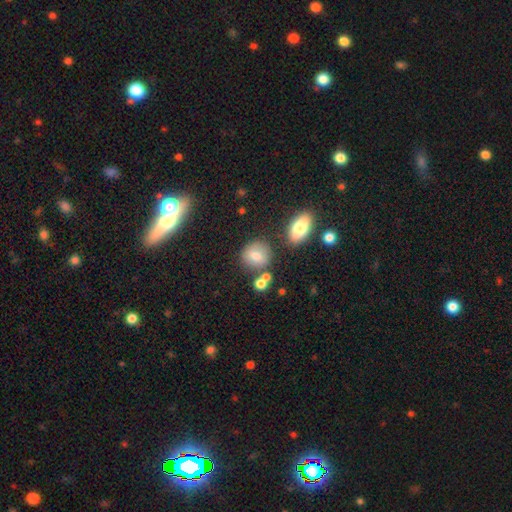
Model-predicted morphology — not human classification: smooth_or_featured: smooth (p=0.77) [alt: featured or disk p=0.12]
how_rounded: round (p=0.78) [alt: in between p=0.20]
merging: none (p=0.74) [alt: minor disturbance p=0.13]